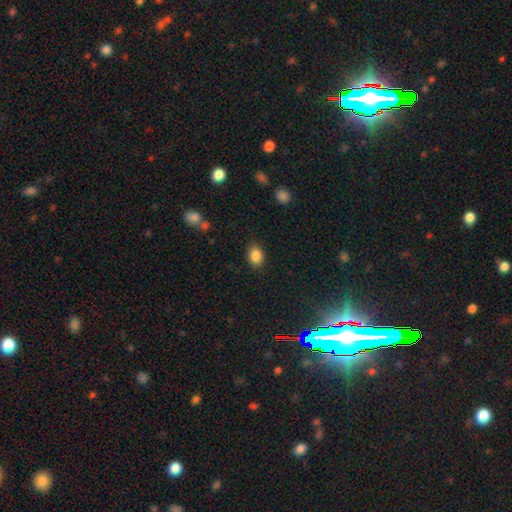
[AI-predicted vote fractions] Smooth or featured: smooth — 85% (star or artifact — 9%)
How rounded: in between — 73% (round — 26%)
Merging: none — 85% (minor disturbance — 11%)